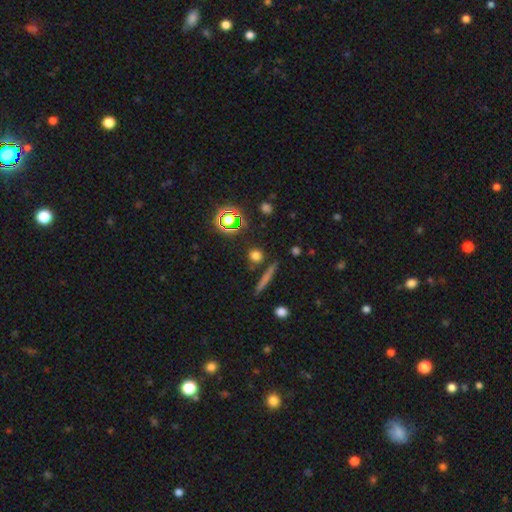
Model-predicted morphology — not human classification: Smooth or featured?
  - smooth: 72% *
  - star or artifact: 18%
  - featured or disk: 11%
How rounded?
  - round: 75% *
  - cigar-shaped: 16%
  - in between: 9%
Merging?
  - none: 83% *
  - minor disturbance: 8%
  - merger: 6%
  - major disturbance: 3%